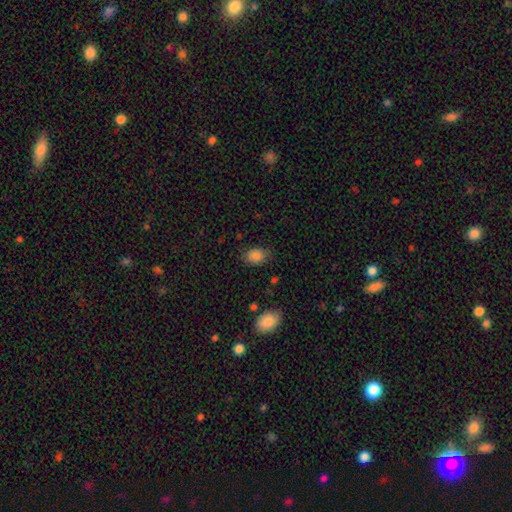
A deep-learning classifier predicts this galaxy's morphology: Smooth or featured?
  - smooth: 86% *
  - star or artifact: 9%
  - featured or disk: 5%
How rounded?
  - in between: 77% *
  - round: 22%
  - cigar-shaped: 1%
Merging?
  - none: 78% *
  - minor disturbance: 17%
  - major disturbance: 4%
  - merger: 1%